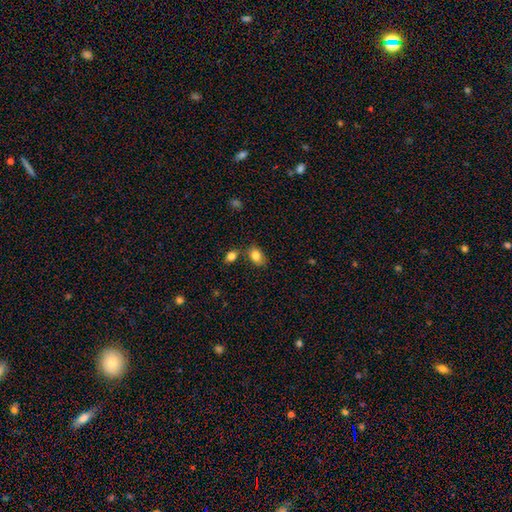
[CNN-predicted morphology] Smooth or featured?
  - smooth: 83% *
  - star or artifact: 9%
  - featured or disk: 8%
How rounded?
  - in between: 82% *
  - round: 16%
  - cigar-shaped: 1%
Merging?
  - none: 71% *
  - minor disturbance: 15%
  - merger: 11%
  - major disturbance: 3%